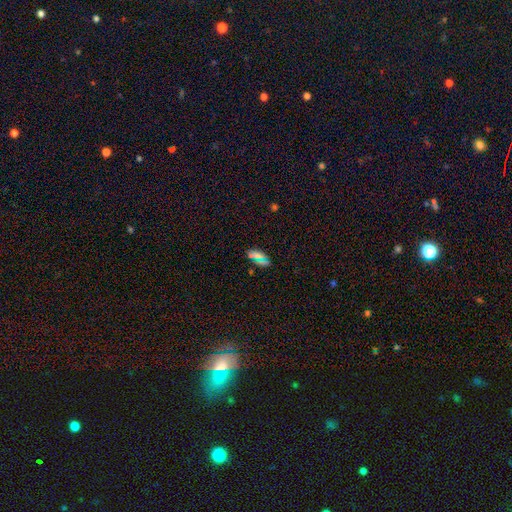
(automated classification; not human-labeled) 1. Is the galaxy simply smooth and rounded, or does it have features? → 66% smooth, 22% star or artifact, 12% featured or disk.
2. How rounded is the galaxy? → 84% in between, 10% cigar-shaped, 6% round.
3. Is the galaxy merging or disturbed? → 84% none, 11% minor disturbance, 3% major disturbance, 2% merger.